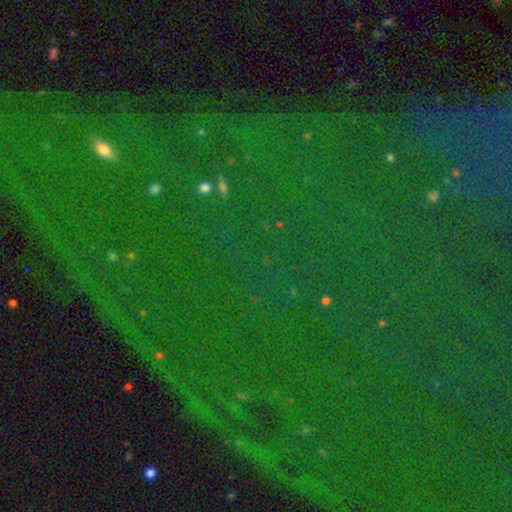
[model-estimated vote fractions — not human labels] Smooth or featured? Predicted: star or artifact (p=0.80).